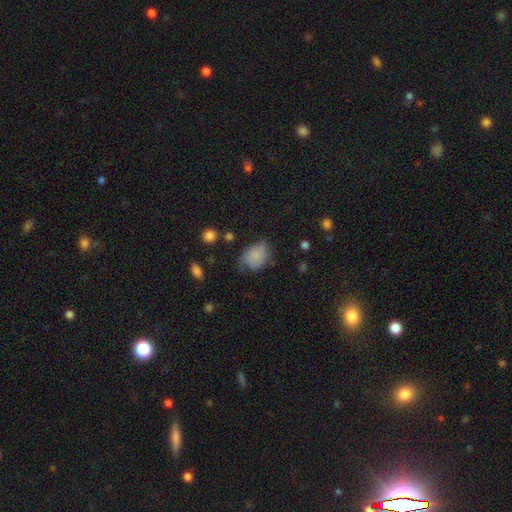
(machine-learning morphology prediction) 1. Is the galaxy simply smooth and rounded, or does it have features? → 76% smooth, 15% featured or disk, 9% star or artifact.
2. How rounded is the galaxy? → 74% in between, 25% round, 1% cigar-shaped.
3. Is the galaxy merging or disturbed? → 41% none, 38% minor disturbance, 18% major disturbance, 3% merger.